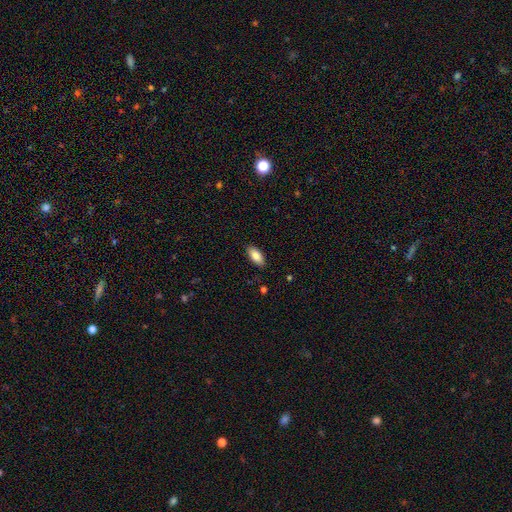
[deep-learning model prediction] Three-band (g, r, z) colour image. It shows a smooth galaxy with no disk features (85%) that is in between round and cigar-shaped (90%). Merging: none (87%).